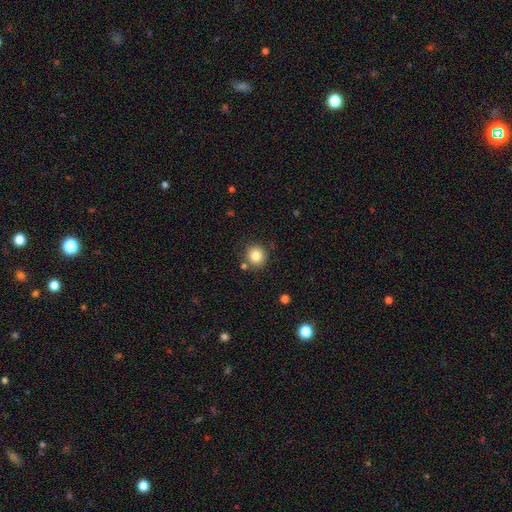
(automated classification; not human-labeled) A smooth galaxy with no disk features (82%) that is round (92%).

Vote fractions:
- Smooth or featured? smooth: 82% / star or artifact: 11% / featured or disk: 7%
- How rounded? round: 92% / in between: 7% / cigar-shaped: 1%
- Merging? none: 83% / minor disturbance: 8% / merger: 6% / major disturbance: 3%